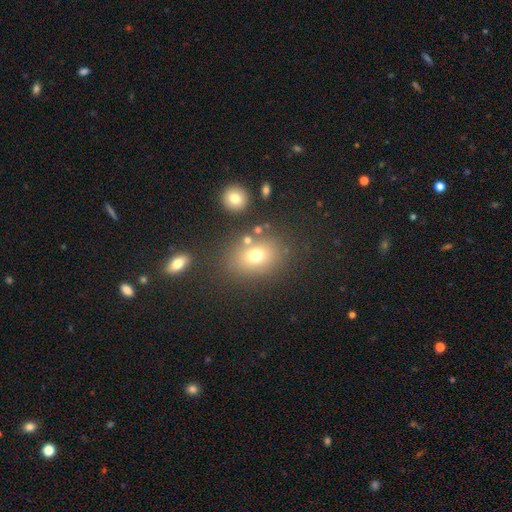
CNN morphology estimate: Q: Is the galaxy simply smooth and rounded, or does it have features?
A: smooth — 69%.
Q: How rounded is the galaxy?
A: in between — 56%.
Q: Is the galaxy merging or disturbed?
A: none — 72%.